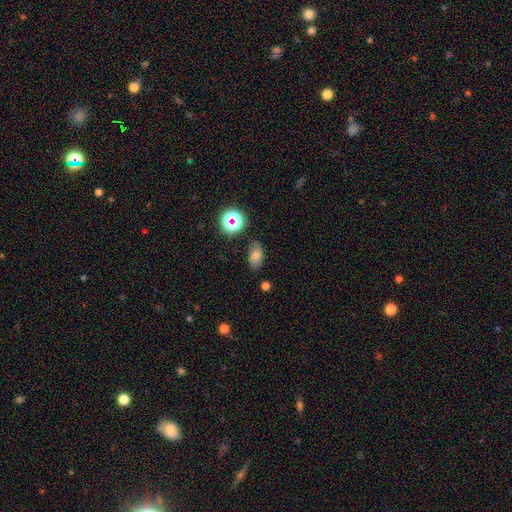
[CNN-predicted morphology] Smooth or featured? Predicted: smooth (p=0.70). How rounded? Predicted: in between (p=0.87). Merging? Predicted: none (p=0.75).